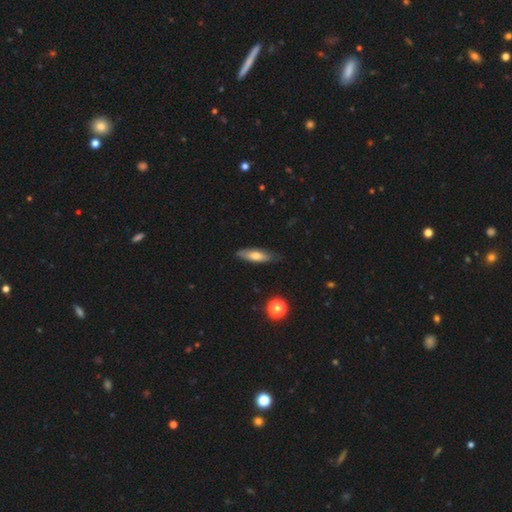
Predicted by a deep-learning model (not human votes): This is likely a smooth galaxy (63%). How rounded: possibly cigar-shaped (53%). Merging: likely none (79%).